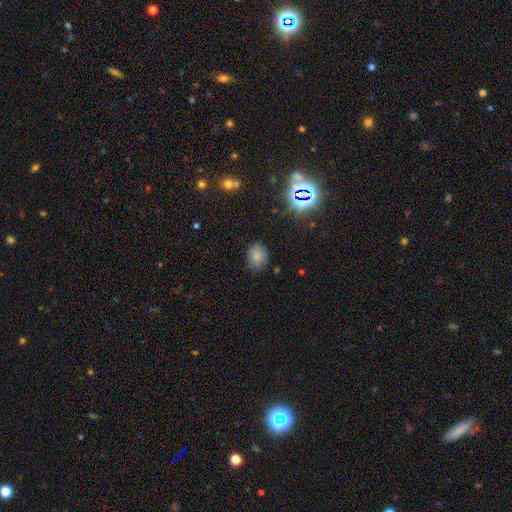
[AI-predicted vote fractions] Smooth or featured?
  - smooth: 76% *
  - star or artifact: 16%
  - featured or disk: 8%
How rounded?
  - in between: 55% *
  - round: 44%
  - cigar-shaped: 1%
Merging?
  - none: 78% *
  - minor disturbance: 17%
  - major disturbance: 4%
  - merger: 2%